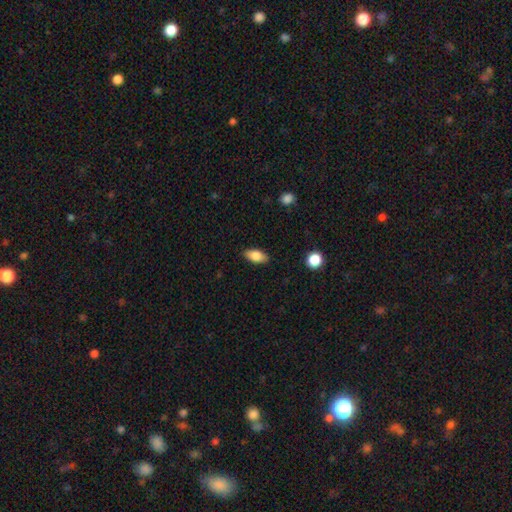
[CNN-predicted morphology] smooth_or_featured: smooth (p=0.83) [alt: featured or disk p=0.09]
how_rounded: in between (p=0.89) [alt: cigar-shaped p=0.08]
merging: none (p=0.87) [alt: minor disturbance p=0.10]